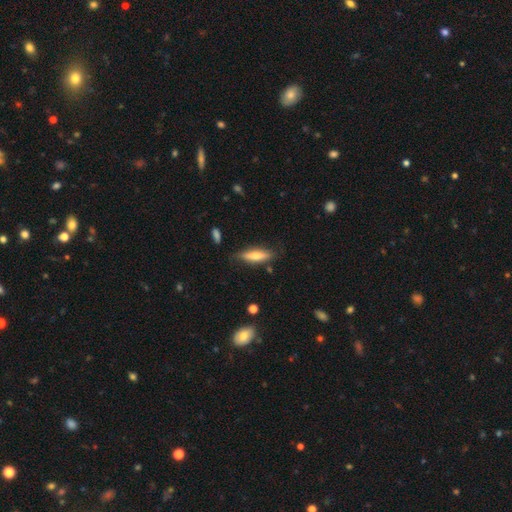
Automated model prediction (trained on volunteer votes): Q: Smooth or featured?
A: smooth (59%); runner-up: featured or disk (35%)
Q: How rounded?
A: cigar-shaped (65%); runner-up: in between (34%)
Q: Merging?
A: none (78%); runner-up: minor disturbance (16%)